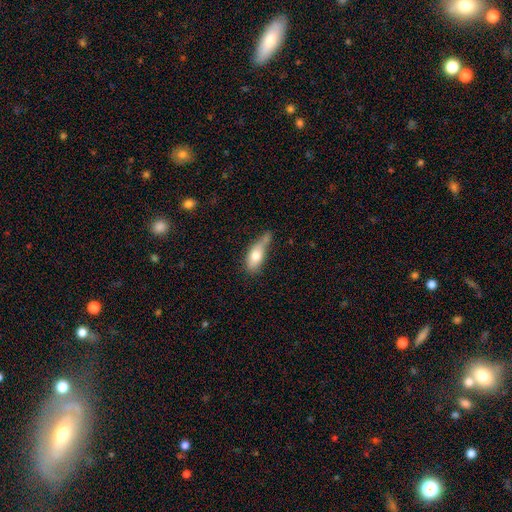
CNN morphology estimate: A smooth galaxy with no disk features (72%) that is in between round and cigar-shaped (74%). Merging: minor disturbance (33%).